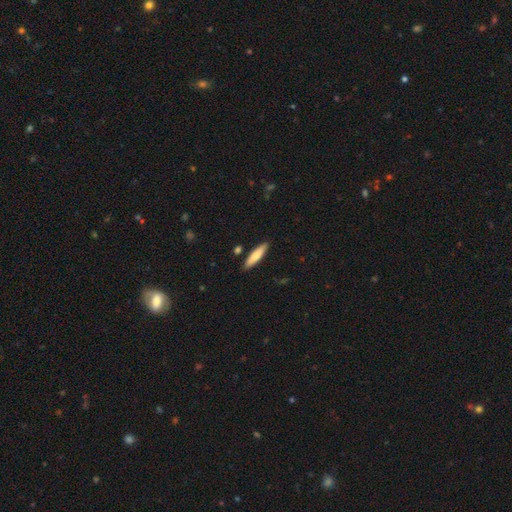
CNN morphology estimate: Q: Smooth or featured?
A: smooth (74%); runner-up: featured or disk (21%)
Q: How rounded?
A: cigar-shaped (76%); runner-up: in between (22%)
Q: Merging?
A: none (89%); runner-up: minor disturbance (8%)